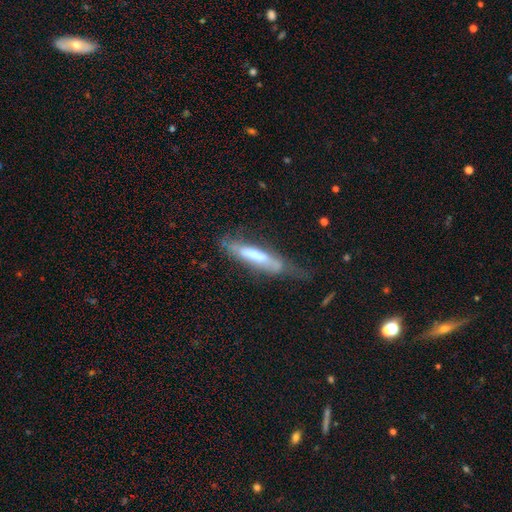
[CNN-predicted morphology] This appears to be a featured or disk galaxy (49%). Merging: none (43%).